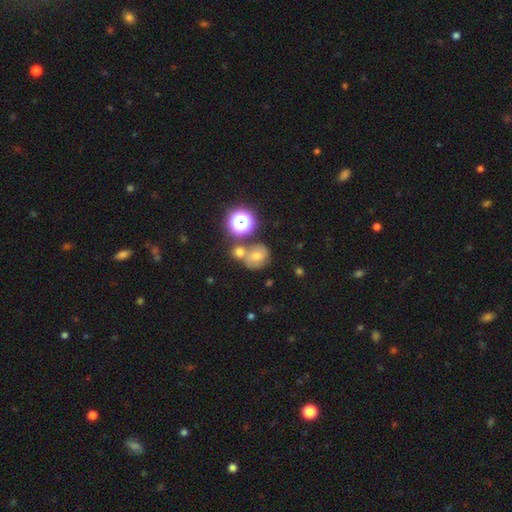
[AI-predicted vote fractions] smooth-or-featured: smooth: 40% | star or artifact: 37% | featured or disk: 23%
  merging: none: 60% | merger: 23% | minor disturbance: 12% | major disturbance: 6%